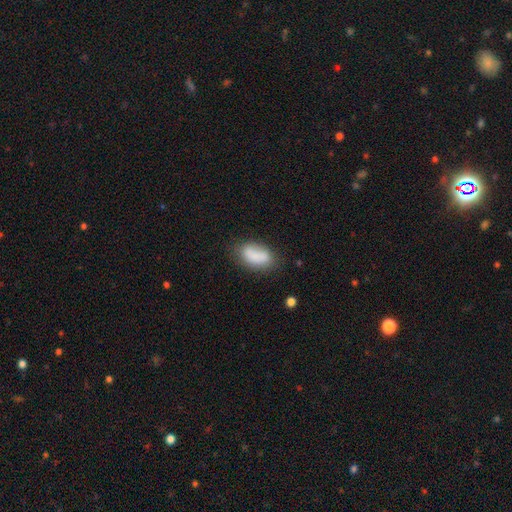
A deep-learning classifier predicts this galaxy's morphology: Smooth or featured: smooth — 79% (featured or disk — 13%)
How rounded: in between — 91% (round — 6%)
Merging: none — 61% (minor disturbance — 24%)